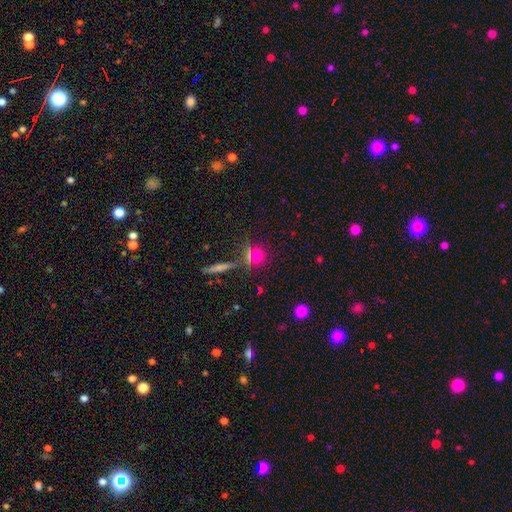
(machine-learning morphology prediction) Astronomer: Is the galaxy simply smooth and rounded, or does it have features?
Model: smooth — 67%.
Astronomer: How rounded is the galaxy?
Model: round — 85%.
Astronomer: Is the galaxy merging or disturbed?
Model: none — 74%.